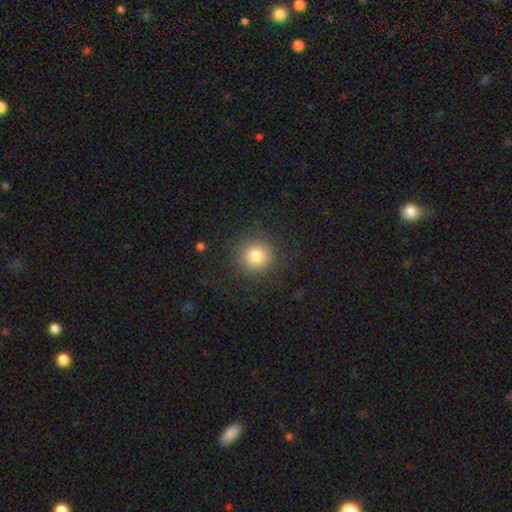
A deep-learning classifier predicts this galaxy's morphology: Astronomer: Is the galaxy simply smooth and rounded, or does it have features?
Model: smooth — 80%.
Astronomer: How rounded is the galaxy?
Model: round — 93%.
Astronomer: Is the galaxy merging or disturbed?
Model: none — 87%.